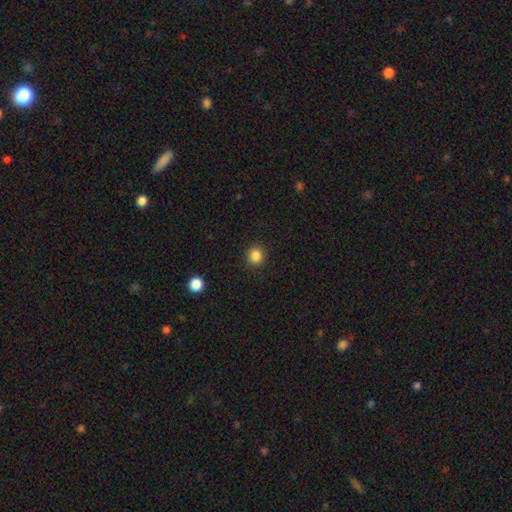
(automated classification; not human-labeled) Morphology: type=smooth (86%); roundness=round (88%); merging=none (91%).